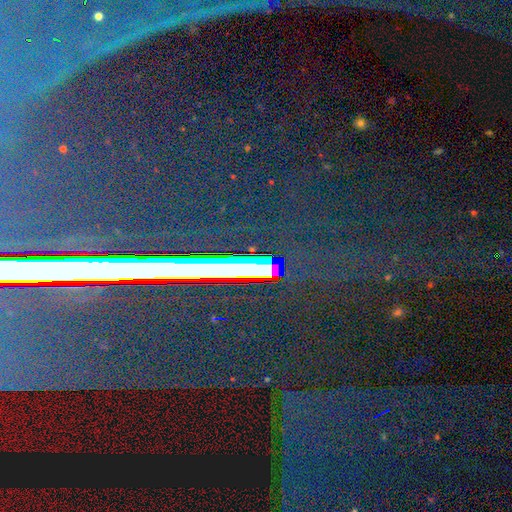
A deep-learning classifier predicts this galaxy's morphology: The model was most divided on "smooth or featured": star or artifact: 73%, featured or disk: 16%, smooth: 11%.